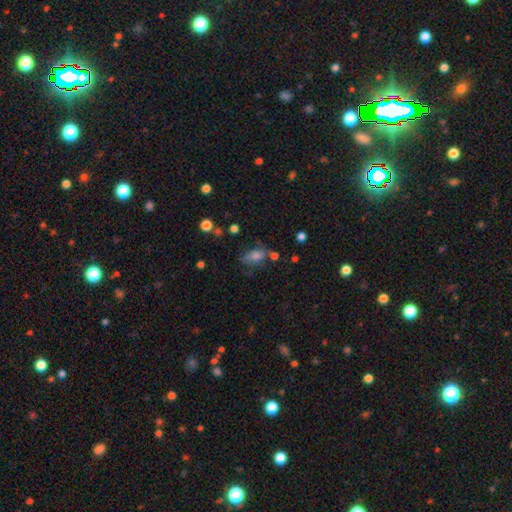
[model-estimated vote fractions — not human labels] Smooth or featured?
  - smooth: 60% *
  - featured or disk: 21%
  - star or artifact: 19%
How rounded?
  - in between: 78% *
  - round: 15%
  - cigar-shaped: 7%
Merging?
  - none: 55% *
  - minor disturbance: 23%
  - major disturbance: 13%
  - merger: 9%